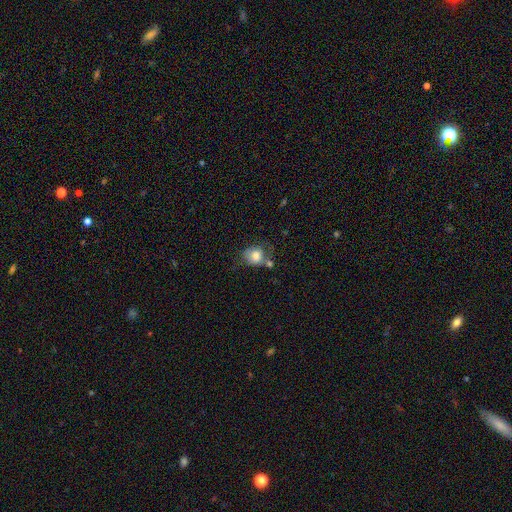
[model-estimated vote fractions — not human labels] Q: Smooth or featured?
A: smooth (77%); runner-up: featured or disk (14%)
Q: How rounded?
A: round (64%); runner-up: in between (35%)
Q: Merging?
A: none (44%); runner-up: minor disturbance (23%)